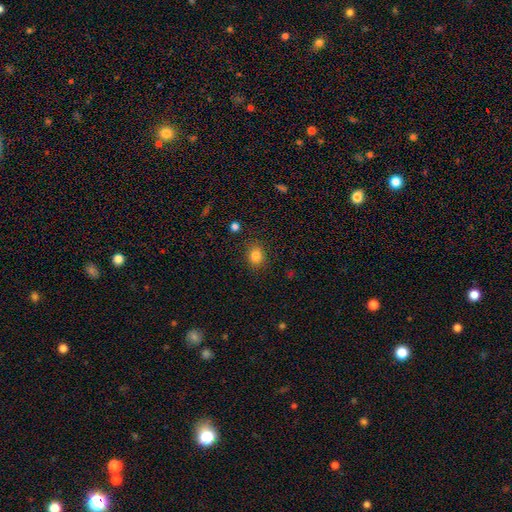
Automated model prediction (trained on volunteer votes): This is clearly a smooth galaxy (84%). How rounded: likely round (62%). Merging: clearly none (86%).